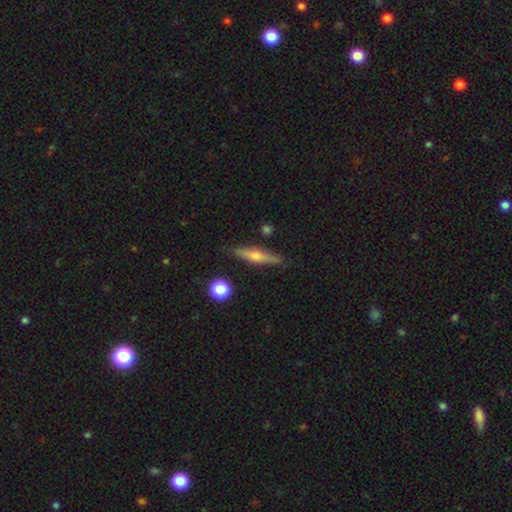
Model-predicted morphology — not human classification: This is possibly a featured or disk galaxy (55%). It is clearly viewed edge-on (95%). Edge-on bulge: clearly rounded (86%). Merging: clearly none (86%).